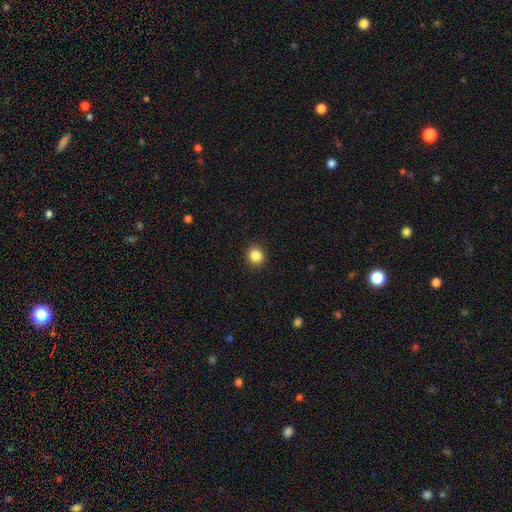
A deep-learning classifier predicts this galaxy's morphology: Smooth or featured: smooth — 86% (star or artifact — 10%)
How rounded: round — 85% (in between — 14%)
Merging: none — 91% (minor disturbance — 6%)